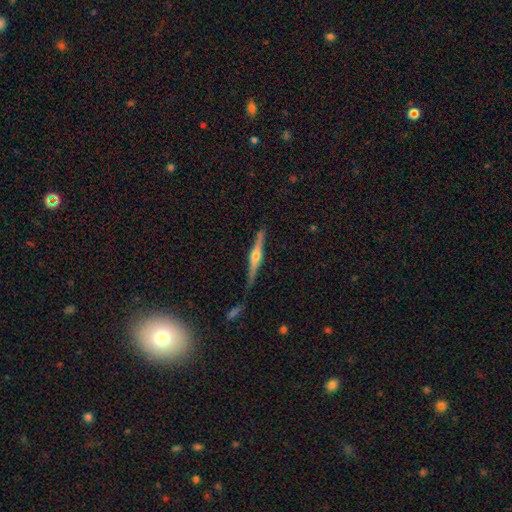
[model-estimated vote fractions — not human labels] Overall: featured or disk (73%). Edge-on disk: yes (98%). Edge-on bulge: rounded (89%). Merging: none (82%).